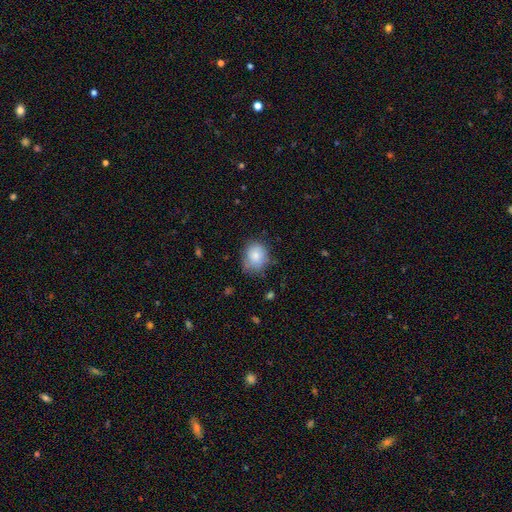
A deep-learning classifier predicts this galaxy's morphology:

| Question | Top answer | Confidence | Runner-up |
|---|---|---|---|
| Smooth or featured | smooth | 81% | featured or disk (10%) |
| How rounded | round | 59% | in between (40%) |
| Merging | none | 64% | minor disturbance (27%) |